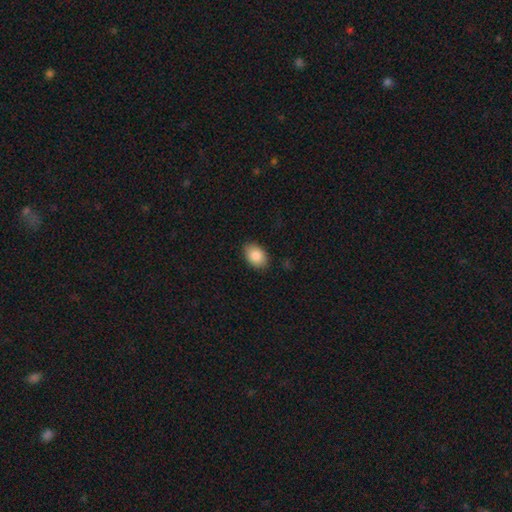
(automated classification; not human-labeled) Q: Smooth or featured?
A: smooth (86%); runner-up: star or artifact (7%)
Q: How rounded?
A: in between (85%); runner-up: round (14%)
Q: Merging?
A: none (86%); runner-up: minor disturbance (10%)